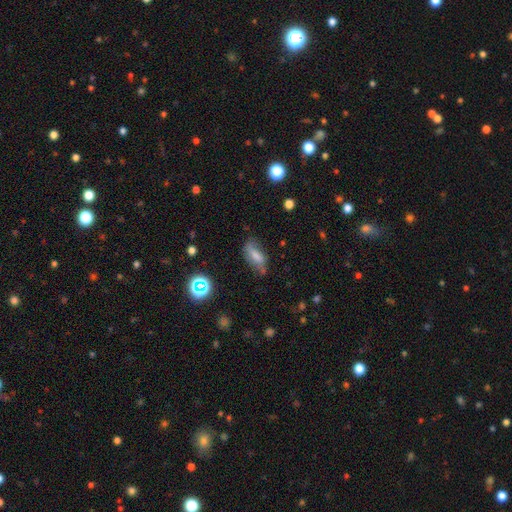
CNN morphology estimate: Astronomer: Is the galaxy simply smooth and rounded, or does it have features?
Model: smooth — 66%.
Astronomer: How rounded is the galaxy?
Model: in between — 74%.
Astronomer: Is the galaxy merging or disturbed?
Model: none — 56%.